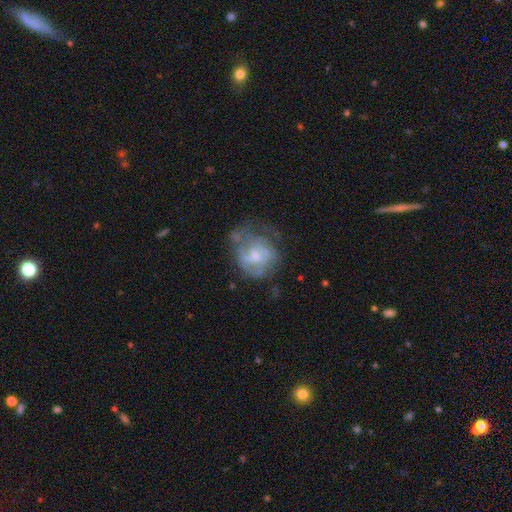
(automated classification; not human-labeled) Overall: featured or disk (62%; smooth 29%). Edge-on disk: no (98%). Bar: no (49%; weak 44%). Spiral arms: yes (61%; no 39%). Bulge size: small (45%; moderate 33%). Merging: none (43%; major disturbance 28%).